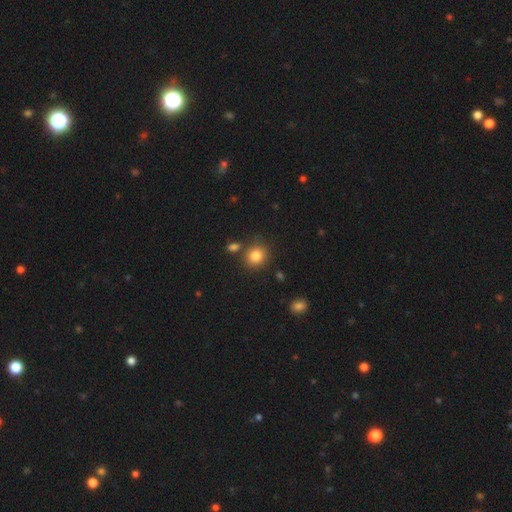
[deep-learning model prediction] A smooth galaxy with no disk features (83%) that is round (80%). Merging: none (79%).